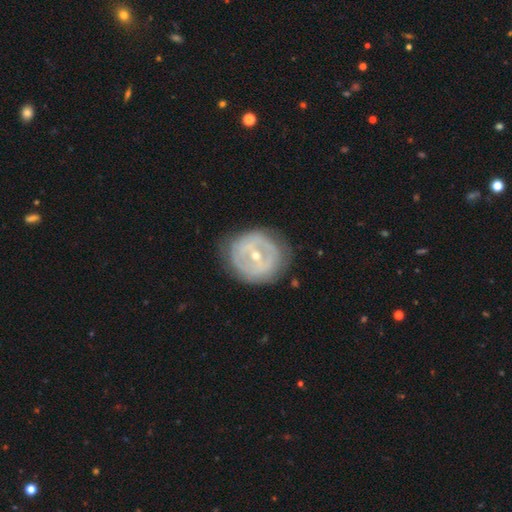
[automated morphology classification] Smooth or featured? Predicted: featured or disk (p=0.72). Edge-on disk? Predicted: no (p=0.95). Bar? Predicted: weak (p=0.38). Spiral arms? Predicted: no (p=0.57). Bulge size? Predicted: small (p=0.58). Merging? Predicted: none (p=0.73).